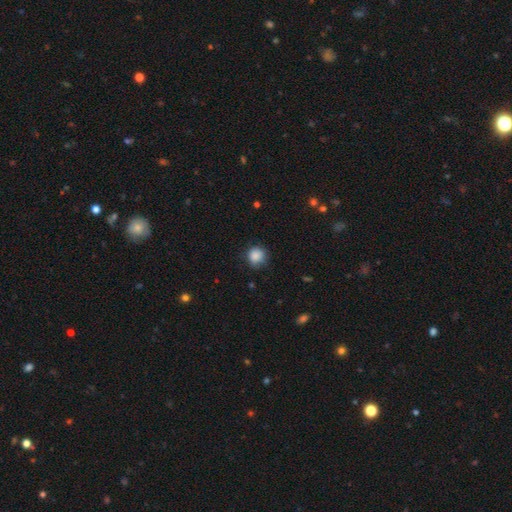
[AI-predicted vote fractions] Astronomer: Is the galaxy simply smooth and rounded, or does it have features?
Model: smooth — 87%.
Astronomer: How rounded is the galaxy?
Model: round — 90%.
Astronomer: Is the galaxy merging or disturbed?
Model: none — 78%.